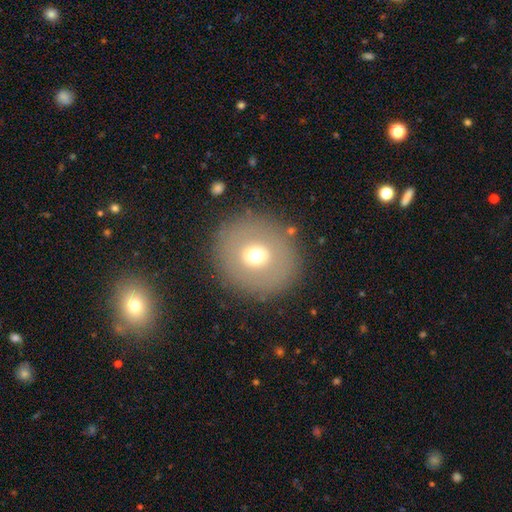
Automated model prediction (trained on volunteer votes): Smooth or featured: smooth — 60% (featured or disk — 27%)
How rounded: round — 88% (in between — 11%)
Merging: none — 86% (minor disturbance — 8%)